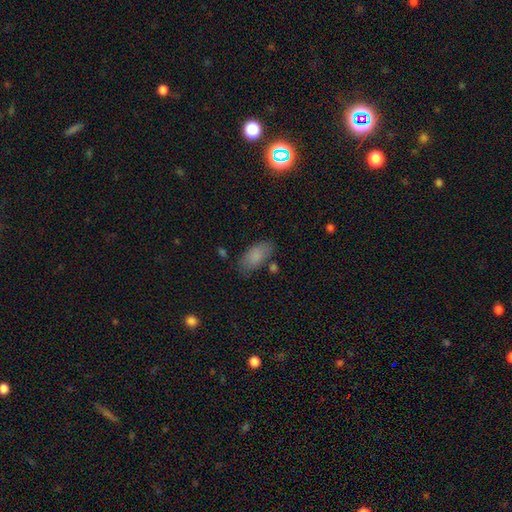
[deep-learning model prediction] This is clearly a smooth galaxy (83%). How rounded: clearly in between (90%). Merging: likely none (74%).